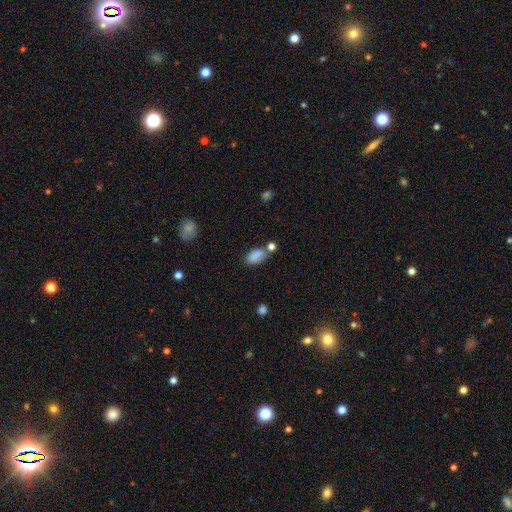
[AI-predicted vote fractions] A smooth galaxy with no disk features (84%) that is in between round and cigar-shaped (91%).

Vote fractions:
- Smooth or featured? smooth: 84% / star or artifact: 9% / featured or disk: 7%
- How rounded? in between: 91% / round: 6% / cigar-shaped: 3%
- Merging? none: 57% / merger: 20% / minor disturbance: 17% / major disturbance: 6%